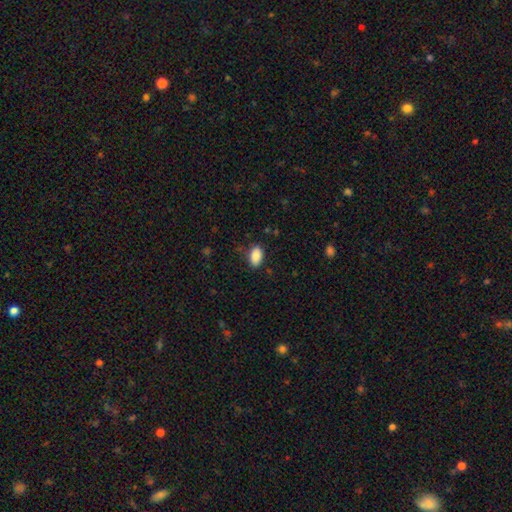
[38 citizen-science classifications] Morphology: type=smooth (95%); roundness=in between (89%); merging=none (89%).